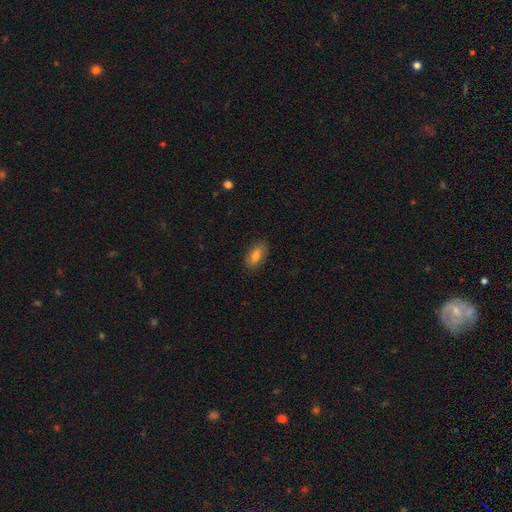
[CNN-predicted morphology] Smooth or featured: smooth — 77% (featured or disk — 15%)
How rounded: in between — 87% (cigar-shaped — 9%)
Merging: none — 85% (minor disturbance — 11%)